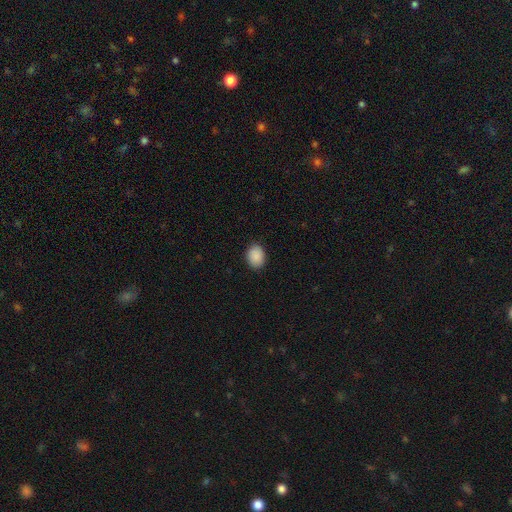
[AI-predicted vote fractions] This appears to be a smooth galaxy with no disk features (90%) that is in between round and cigar-shaped (58%). Merging: none (89%).